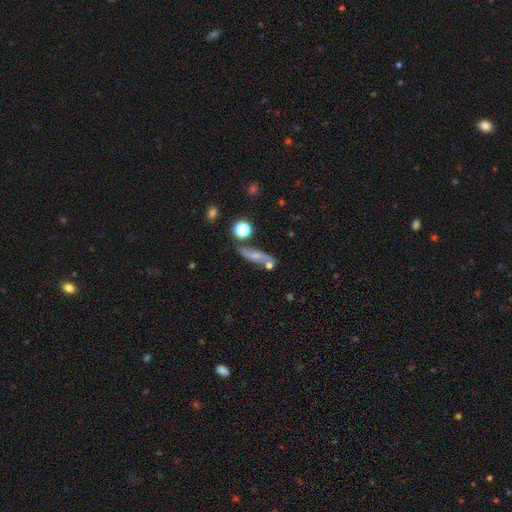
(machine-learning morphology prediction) Q: Smooth or featured?
A: featured or disk (50%); runner-up: smooth (40%)
Q: Edge-on disk?
A: no (68%); runner-up: yes (32%)
Q: Merging?
A: none (67%); runner-up: minor disturbance (16%)